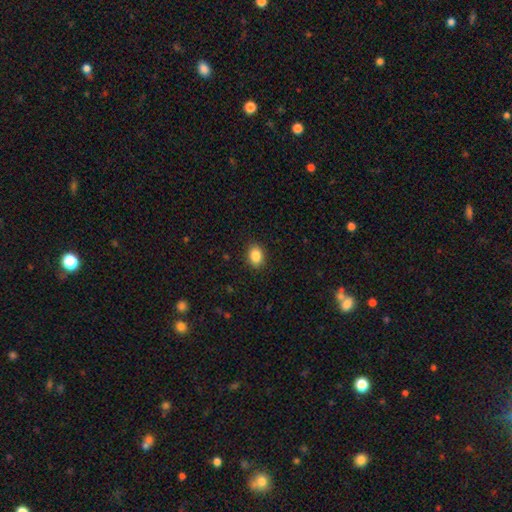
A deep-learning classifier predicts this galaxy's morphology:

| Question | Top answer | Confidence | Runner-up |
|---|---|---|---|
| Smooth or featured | smooth | 87% | star or artifact (9%) |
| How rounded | in between | 68% | round (31%) |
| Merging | none | 89% | minor disturbance (8%) |